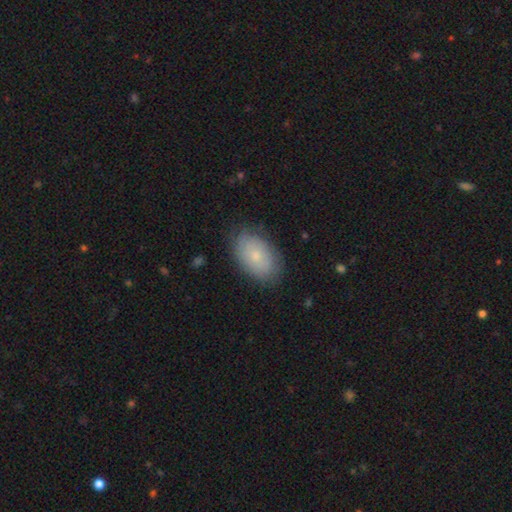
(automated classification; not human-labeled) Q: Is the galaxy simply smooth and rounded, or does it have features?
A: smooth — 73%.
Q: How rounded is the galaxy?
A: in between — 90%.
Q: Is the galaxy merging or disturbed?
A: none — 80%.